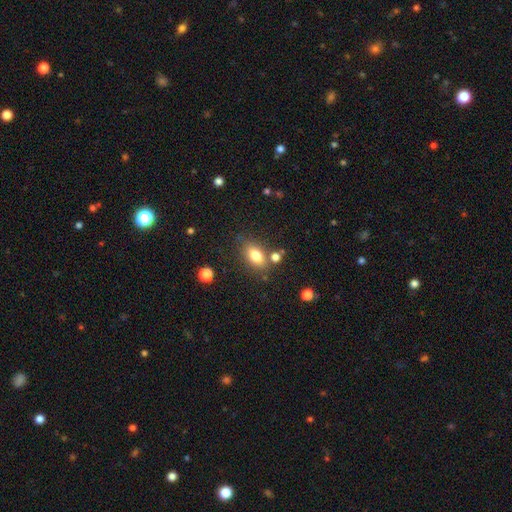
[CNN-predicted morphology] This is likely a smooth galaxy (79%). How rounded: clearly in between (83%). Merging: likely none (73%).